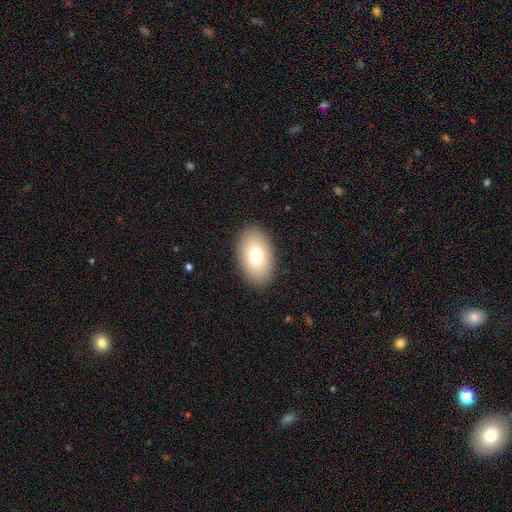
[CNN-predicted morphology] smooth_or_featured: smooth (p=0.75) [alt: featured or disk p=0.17]
how_rounded: in between (p=0.92) [alt: round p=0.07]
merging: none (p=0.89) [alt: minor disturbance p=0.08]